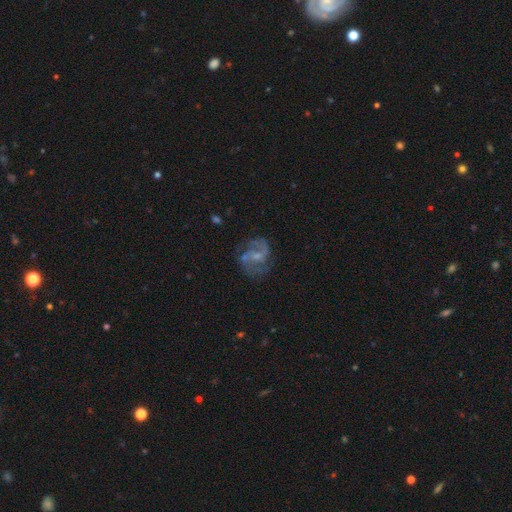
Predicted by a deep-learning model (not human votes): Q: Smooth or featured?
A: featured or disk (82%); runner-up: smooth (11%)
Q: Edge-on disk?
A: no (98%); runner-up: yes (2%)
Q: Bar?
A: weak (50%); runner-up: no (38%)
Q: Spiral arms?
A: yes (93%); runner-up: no (7%)
Q: Spiral winding?
A: medium (53%); runner-up: loose (29%)
Q: Spiral arm count?
A: 2 (76%); runner-up: 3 (9%)
Q: Bulge size?
A: small (58%); runner-up: moderate (29%)
Q: Merging?
A: none (66%); runner-up: minor disturbance (18%)